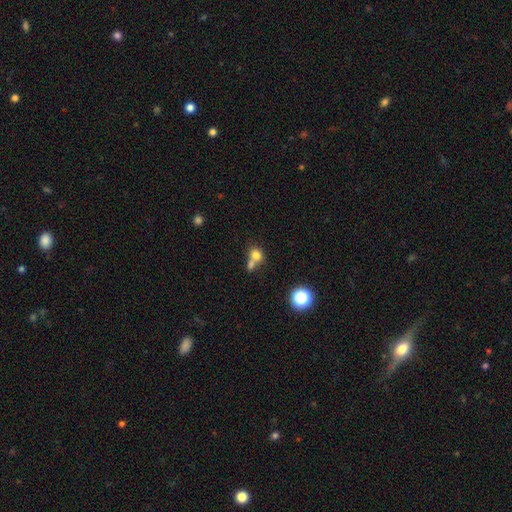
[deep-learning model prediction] This is likely a smooth galaxy (76%). How rounded: likely round (72%). Merging: possibly merger (56%).